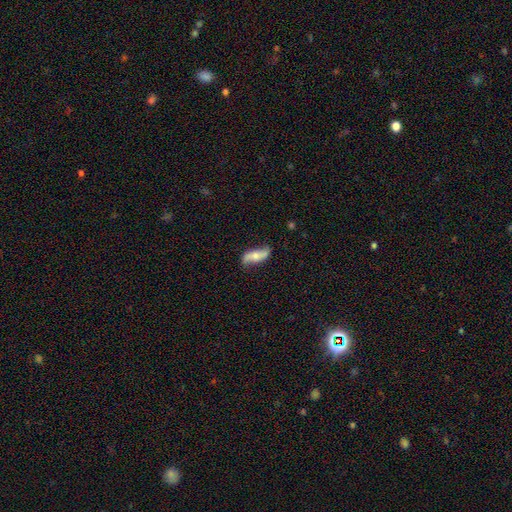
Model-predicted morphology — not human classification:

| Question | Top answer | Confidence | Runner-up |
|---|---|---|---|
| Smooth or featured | featured or disk | 63% | smooth (31%) |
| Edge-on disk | no | 85% | yes (15%) |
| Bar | no | 61% | weak (24%) |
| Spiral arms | yes | 87% | no (13%) |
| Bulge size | moderate | 50% | small (40%) |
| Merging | none | 73% | minor disturbance (20%) |